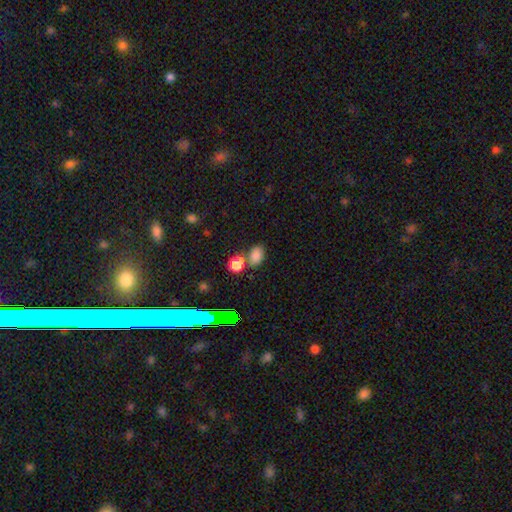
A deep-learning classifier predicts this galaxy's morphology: The model was most divided on "merging": none: 52%, merger: 31%, minor disturbance: 12%, major disturbance: 5%. More confident: smooth or featured — smooth (79%); how rounded — in between (76%).